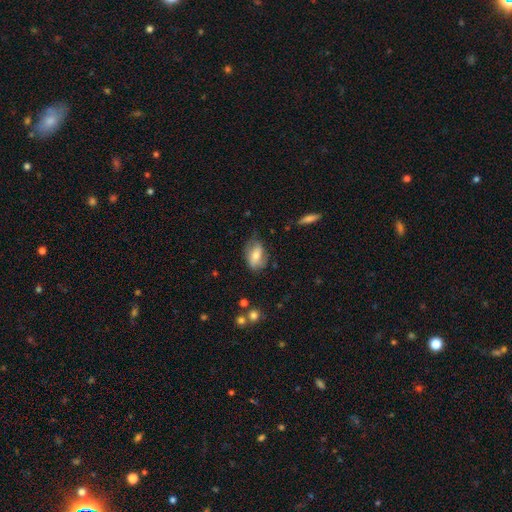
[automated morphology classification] A smooth galaxy with no disk features (58%) that is in between round and cigar-shaped (85%).

Vote fractions:
- Smooth or featured? smooth: 58% / featured or disk: 35% / star or artifact: 8%
- How rounded? in between: 85% / round: 12% / cigar-shaped: 3%
- Merging? none: 59% / minor disturbance: 29% / major disturbance: 11% / merger: 2%